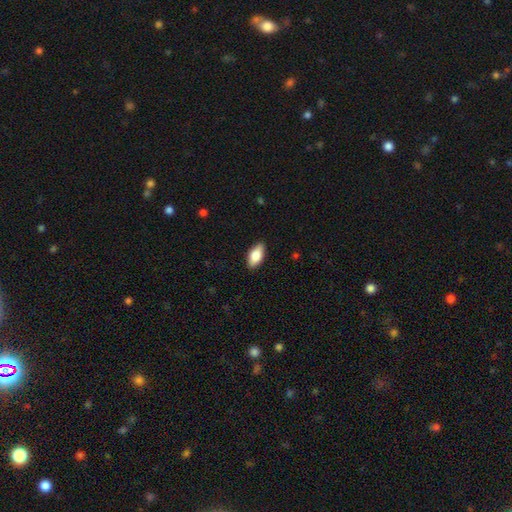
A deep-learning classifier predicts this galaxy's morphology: Smooth or featured? smooth (81%)
How rounded? in between (91%)
Merging? none (88%)